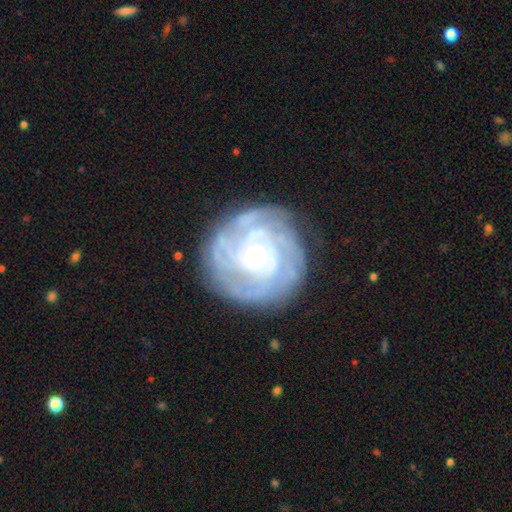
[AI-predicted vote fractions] Morphology: type=featured or disk (84%); edge-on=no (97%); bar=no (76%); spiral arms=yes (93%); winding=tight (77%); arm count=can't tell (34%); bulge=small (80%); merging=none (79%).